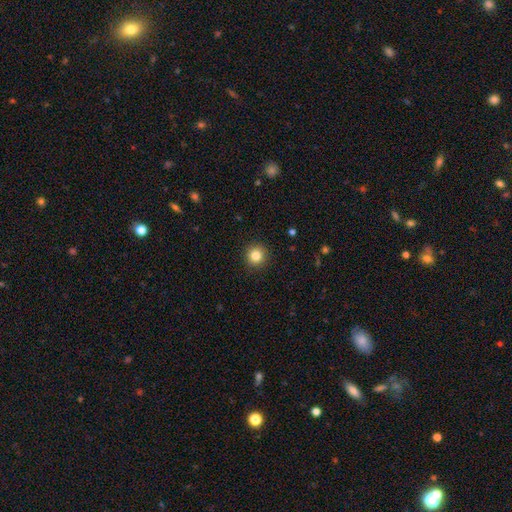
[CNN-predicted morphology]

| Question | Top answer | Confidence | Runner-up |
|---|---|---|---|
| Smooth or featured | smooth | 84% | star or artifact (11%) |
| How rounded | round | 95% | in between (4%) |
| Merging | none | 93% | minor disturbance (5%) |